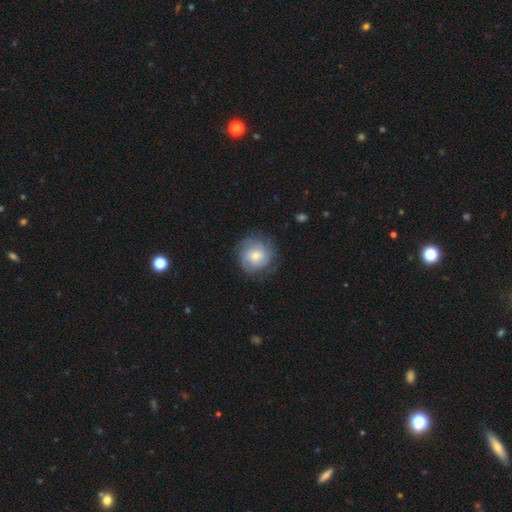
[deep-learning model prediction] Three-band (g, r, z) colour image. It shows a featured or disk galaxy (55%) with no bar (74%), spiral arms (82%) and a small central bulge (53%). Merging: none (77%).